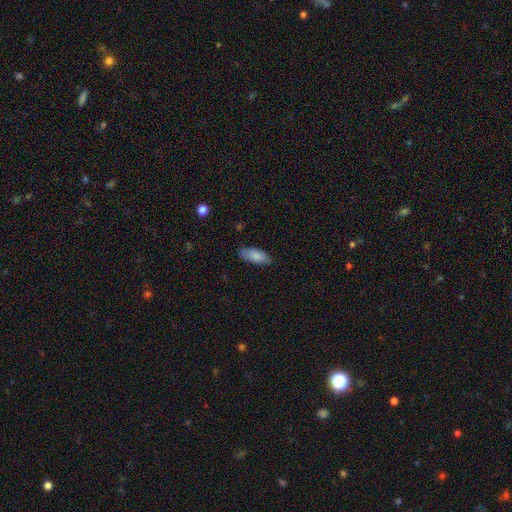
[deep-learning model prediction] smooth 85%, featured or disk 9%, star or artifact 6%. Down the decision tree: how rounded — in between (80%); merging — none (81%).